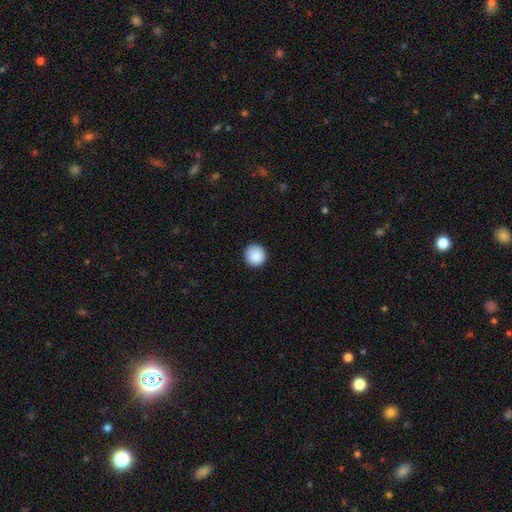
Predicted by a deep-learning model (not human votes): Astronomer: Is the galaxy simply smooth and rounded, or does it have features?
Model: smooth — 90%.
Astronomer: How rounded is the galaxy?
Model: round — 95%.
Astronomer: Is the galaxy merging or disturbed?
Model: none — 92%.